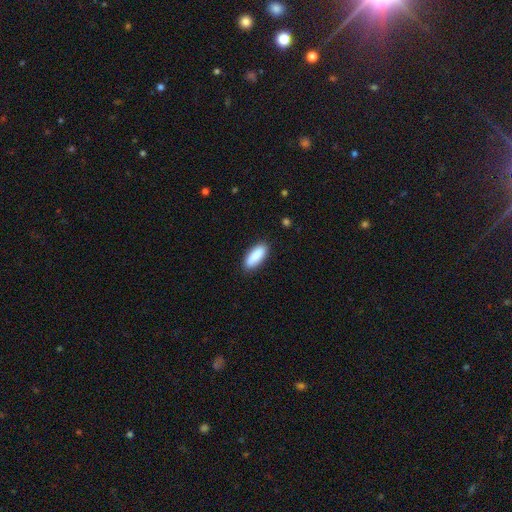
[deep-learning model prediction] Smooth or featured? Predicted: smooth (p=0.88). How rounded? Predicted: in between (p=0.70). Merging? Predicted: none (p=0.87).